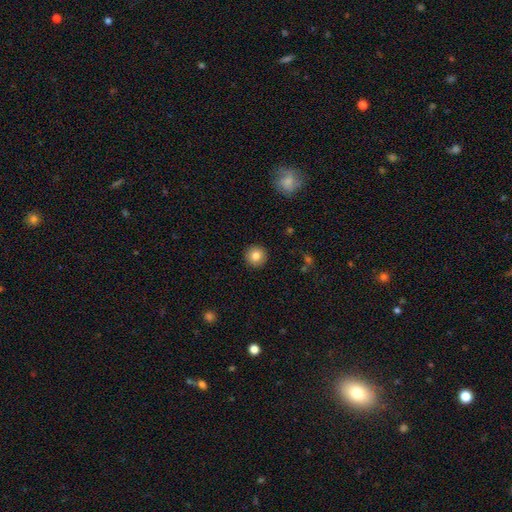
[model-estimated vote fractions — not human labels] Smooth or featured? smooth (83%)
How rounded? round (95%)
Merging? none (92%)